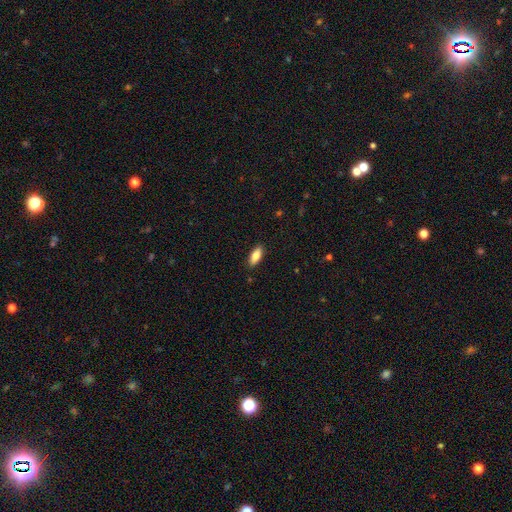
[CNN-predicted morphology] This appears to be a smooth galaxy with no disk features (82%) that is in between round and cigar-shaped (80%). Merging: none (89%).